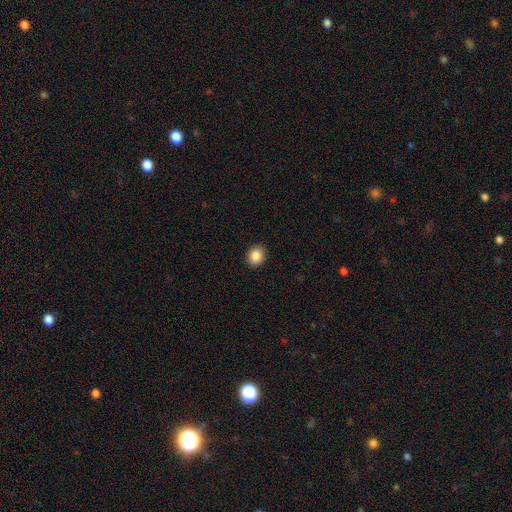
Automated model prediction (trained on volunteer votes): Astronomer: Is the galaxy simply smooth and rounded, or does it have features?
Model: smooth — 87%.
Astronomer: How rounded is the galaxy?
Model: round — 72%.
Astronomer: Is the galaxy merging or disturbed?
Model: none — 91%.